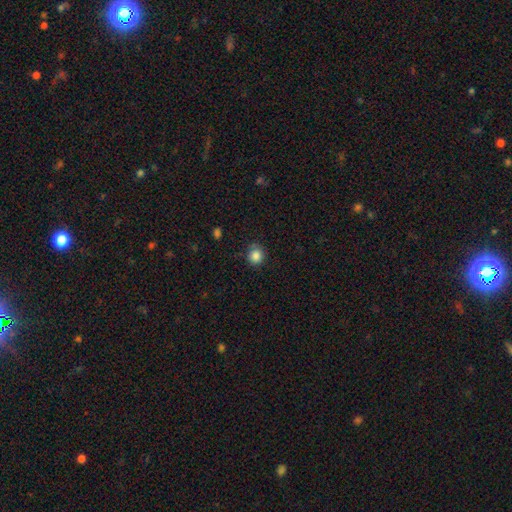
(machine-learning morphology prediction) Smooth or featured: smooth — 85% (star or artifact — 10%)
How rounded: round — 85% (in between — 14%)
Merging: none — 73% (minor disturbance — 21%)